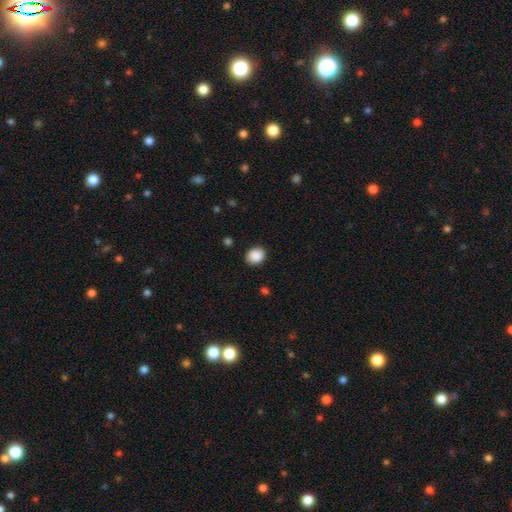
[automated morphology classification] smooth-or-featured: smooth: 89% | star or artifact: 8% | featured or disk: 3%
  how-rounded: round: 56% | in between: 44% | cigar-shaped: 1%
  merging: none: 85% | minor disturbance: 11% | major disturbance: 3% | merger: 1%